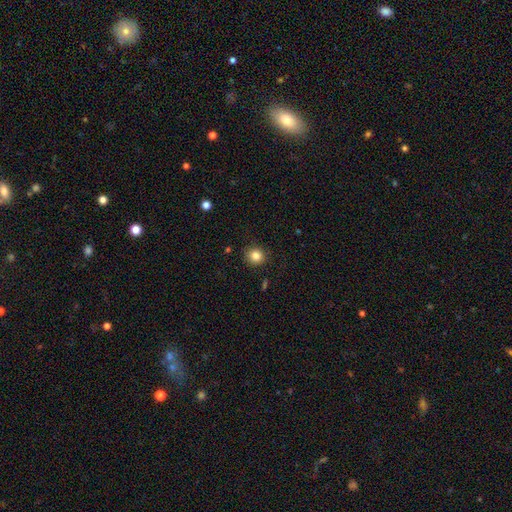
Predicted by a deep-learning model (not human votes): Smooth or featured? Predicted: smooth (p=0.84). How rounded? Predicted: round (p=0.88). Merging? Predicted: none (p=0.89).